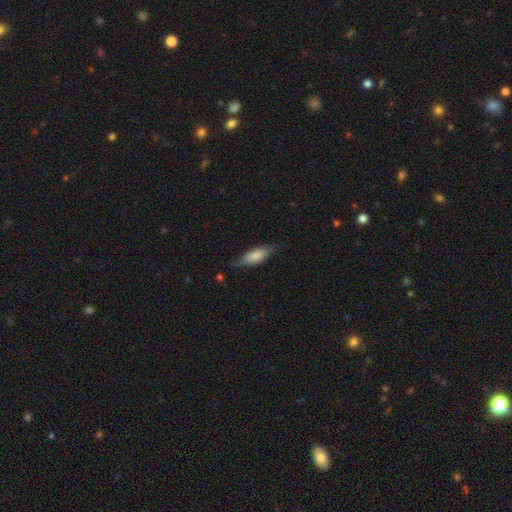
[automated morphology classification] A smooth galaxy with no disk features (79%) that is in between round and cigar-shaped (67%). Merging: none (72%).